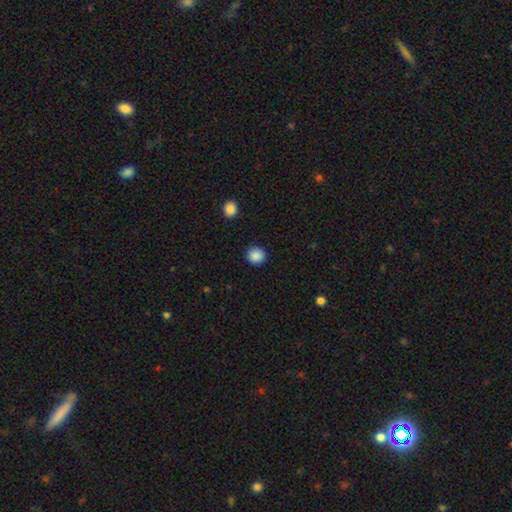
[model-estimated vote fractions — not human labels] This appears to be a smooth galaxy with no disk features (88%) that is round (91%). Merging: none (92%).